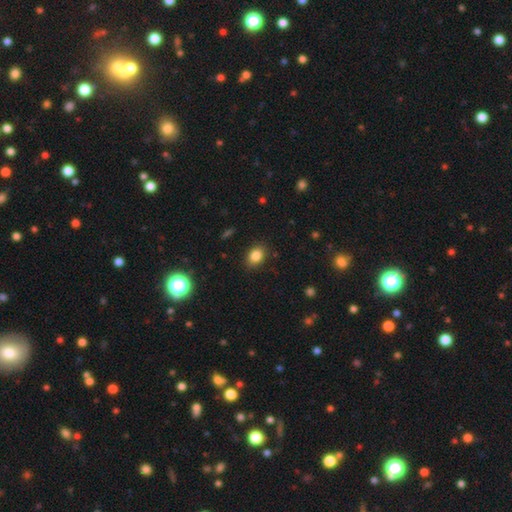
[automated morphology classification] Overall: smooth (84%). How rounded: in between (68%; round 31%). Merging: none (86%).